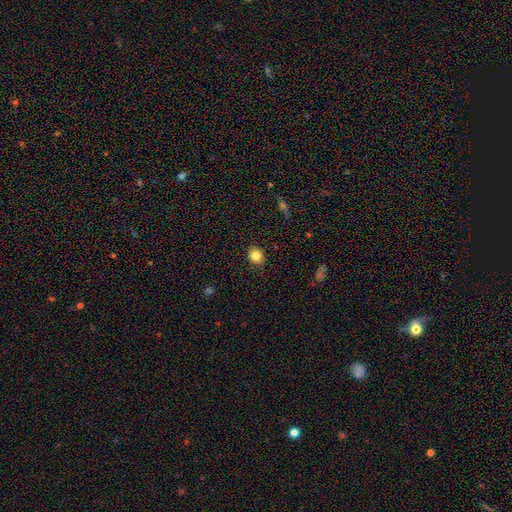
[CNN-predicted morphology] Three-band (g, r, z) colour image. It shows a smooth galaxy with no disk features (84%) that is round (77%). Merging: none (86%).